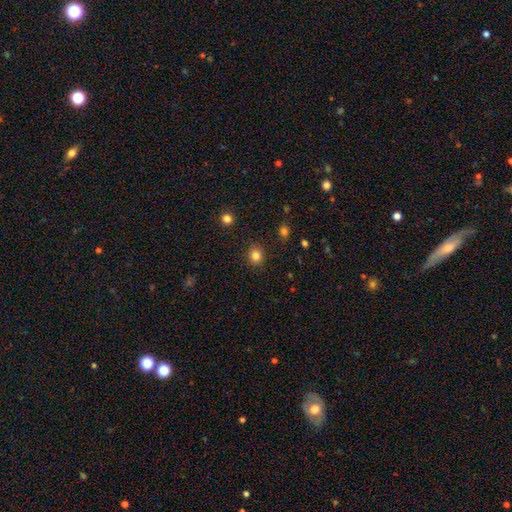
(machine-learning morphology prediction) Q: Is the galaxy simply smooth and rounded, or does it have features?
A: smooth — 83%.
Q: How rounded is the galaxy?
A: round — 77%.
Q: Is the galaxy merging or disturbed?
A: none — 88%.